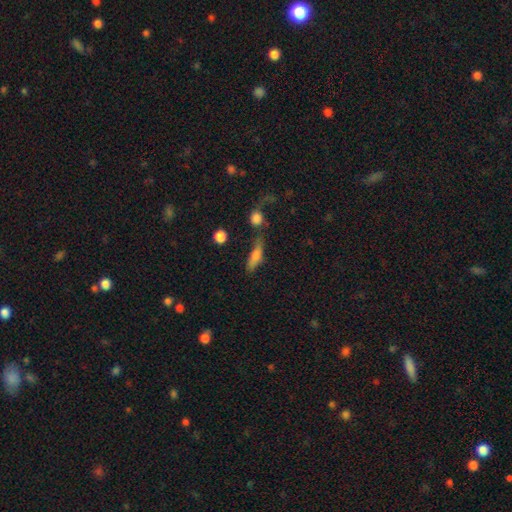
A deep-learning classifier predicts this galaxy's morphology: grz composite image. It shows a smooth galaxy with no disk features (67%) that is cigar-shaped (48%). Merging: none (47%).